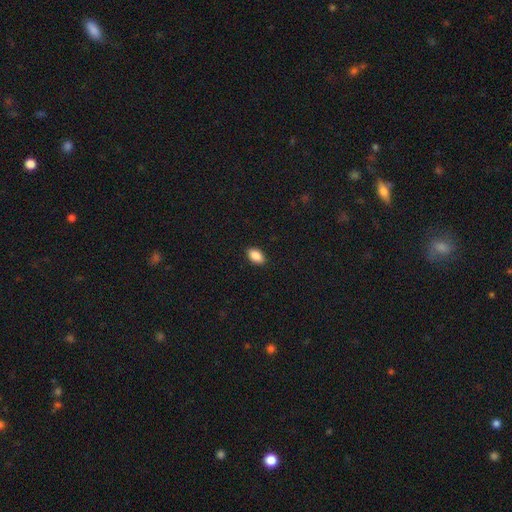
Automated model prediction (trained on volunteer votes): Smooth or featured?
  - smooth: 88% *
  - star or artifact: 8%
  - featured or disk: 5%
How rounded?
  - in between: 92% *
  - round: 6%
  - cigar-shaped: 2%
Merging?
  - none: 90% *
  - minor disturbance: 7%
  - major disturbance: 2%
  - merger: 1%